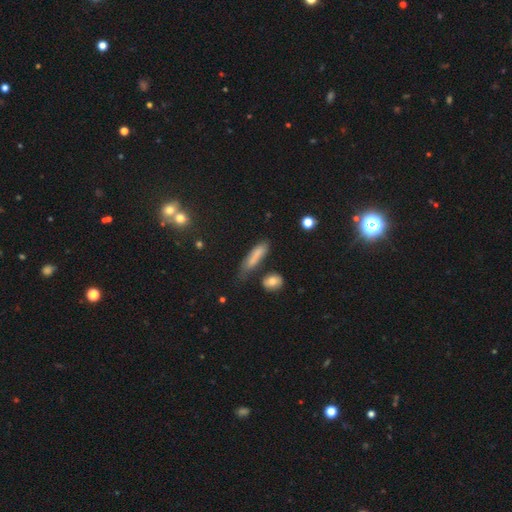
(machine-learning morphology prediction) This appears to be a smooth galaxy with no disk features (75%) that is cigar-shaped (70%). Merging: none (57%).